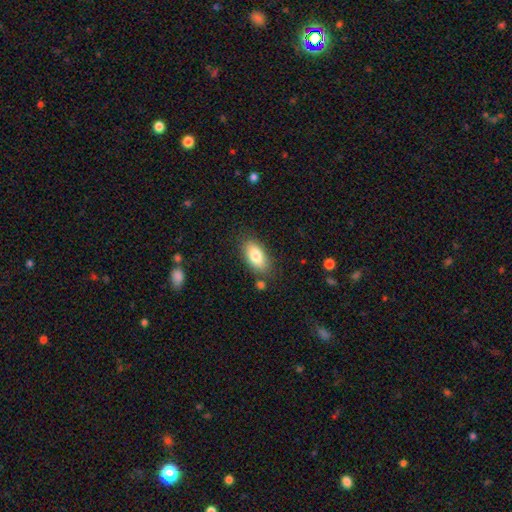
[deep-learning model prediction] Q: Smooth or featured?
A: smooth (81%); runner-up: featured or disk (13%)
Q: How rounded?
A: in between (90%); runner-up: cigar-shaped (6%)
Q: Merging?
A: none (80%); runner-up: minor disturbance (13%)